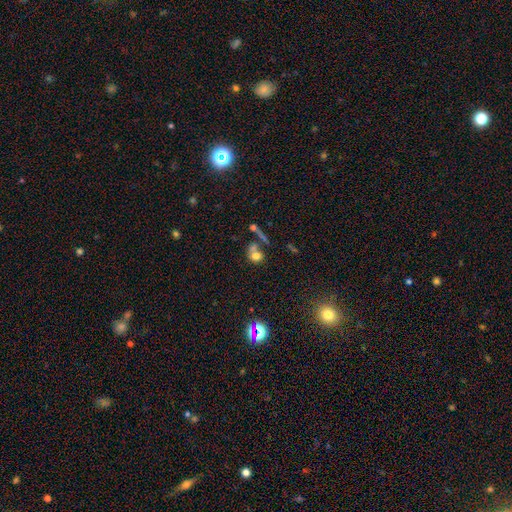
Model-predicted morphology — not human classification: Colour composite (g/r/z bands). It shows a smooth galaxy with no disk features (68%) that is round (64%). Merging: merger (43%).